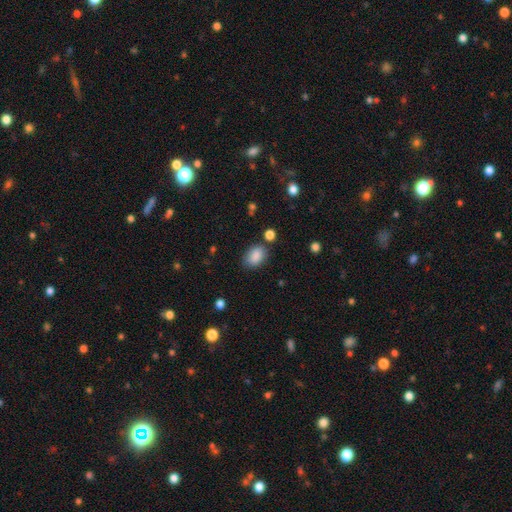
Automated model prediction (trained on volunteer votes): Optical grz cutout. It shows a smooth galaxy with no disk features (87%) that is in between round and cigar-shaped (80%). Merging: none (75%).